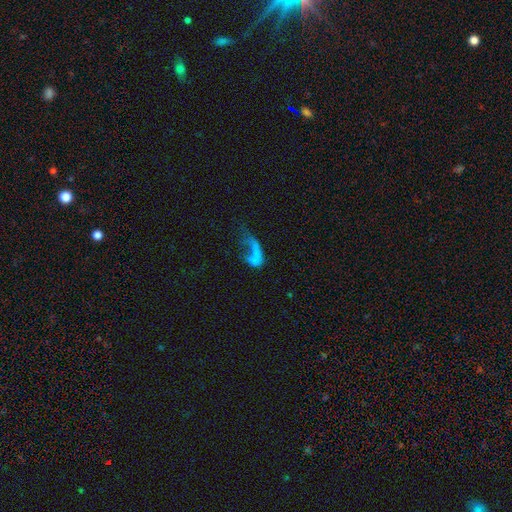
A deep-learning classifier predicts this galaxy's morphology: Smooth or featured? Predicted: smooth (p=0.44). Merging? Predicted: major disturbance (p=0.47).